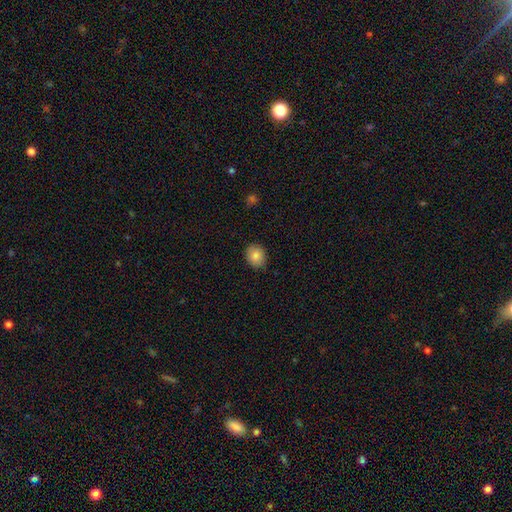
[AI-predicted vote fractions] Smooth or featured?
  - smooth: 85% *
  - star or artifact: 8%
  - featured or disk: 7%
How rounded?
  - round: 56% *
  - in between: 43%
  - cigar-shaped: 1%
Merging?
  - none: 87% *
  - minor disturbance: 10%
  - major disturbance: 2%
  - merger: 1%